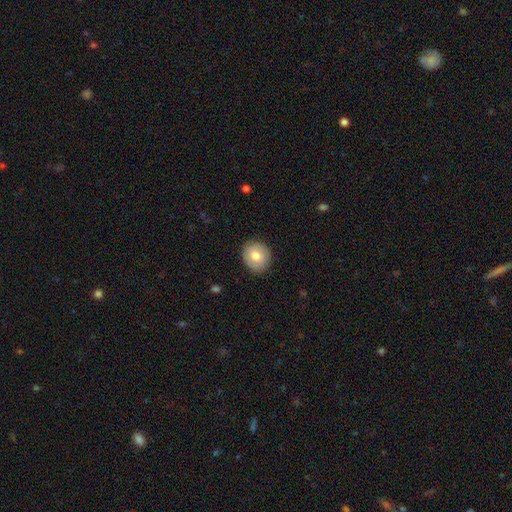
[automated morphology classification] smooth_or_featured: smooth (p=0.78) [alt: featured or disk p=0.15]
how_rounded: round (p=0.80) [alt: in between p=0.19]
merging: none (p=0.88) [alt: minor disturbance p=0.09]